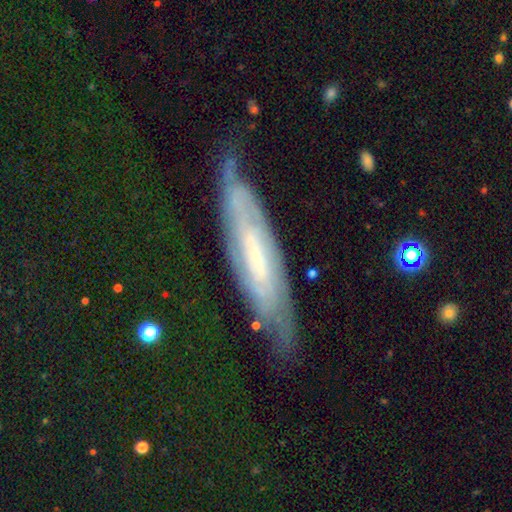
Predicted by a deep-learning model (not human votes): A featured or disk galaxy (73%).

Vote fractions:
- Smooth or featured? featured or disk: 73% / smooth: 16% / star or artifact: 12%
- Edge-on disk? no: 68% / yes: 32%
- Merging? none: 65% / minor disturbance: 24% / major disturbance: 9% / merger: 2%